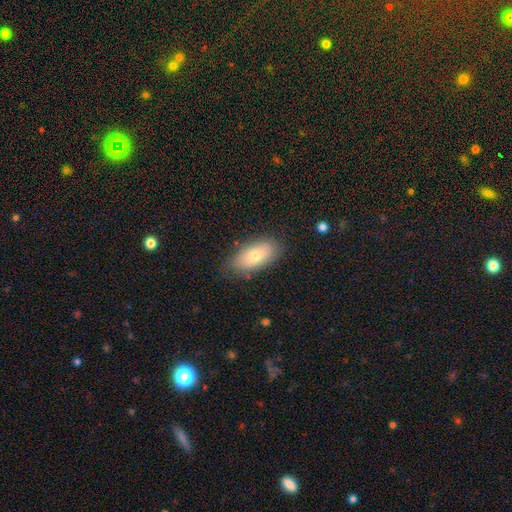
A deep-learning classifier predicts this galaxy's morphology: smooth 69%, featured or disk 21%, star or artifact 10%. Down the decision tree: how rounded — in between (87%); merging — none (83%).